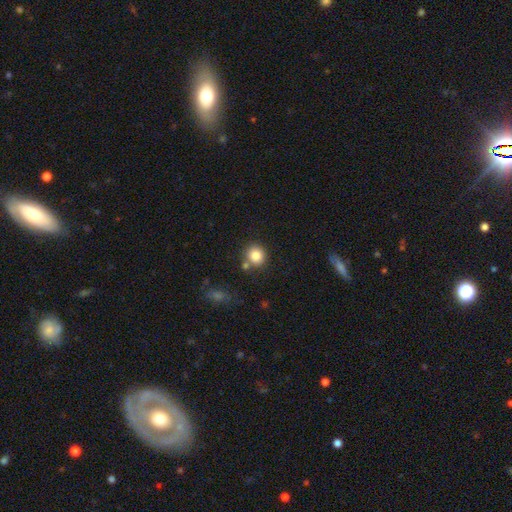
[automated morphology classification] Smooth or featured?
  - smooth: 83% *
  - star or artifact: 10%
  - featured or disk: 7%
How rounded?
  - round: 88% *
  - in between: 11%
  - cigar-shaped: 1%
Merging?
  - none: 75% *
  - merger: 13%
  - minor disturbance: 9%
  - major disturbance: 3%